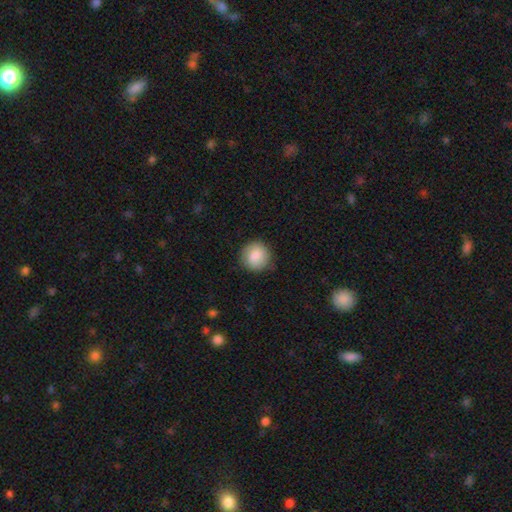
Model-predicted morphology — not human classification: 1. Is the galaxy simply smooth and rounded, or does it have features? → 84% smooth, 9% featured or disk, 7% star or artifact.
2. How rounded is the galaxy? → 92% round, 8% in between, 1% cigar-shaped.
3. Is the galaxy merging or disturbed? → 85% none, 11% minor disturbance, 3% major disturbance, 1% merger.